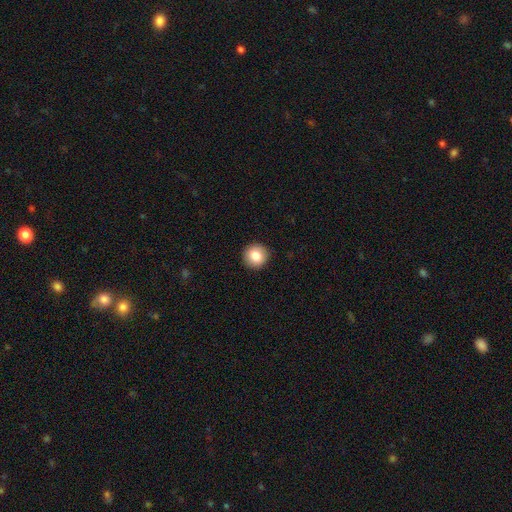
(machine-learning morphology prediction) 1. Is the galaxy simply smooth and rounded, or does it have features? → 84% smooth, 9% star or artifact, 7% featured or disk.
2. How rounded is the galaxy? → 94% round, 5% in between, 1% cigar-shaped.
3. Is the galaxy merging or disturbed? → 92% none, 5% minor disturbance, 2% major disturbance, 1% merger.